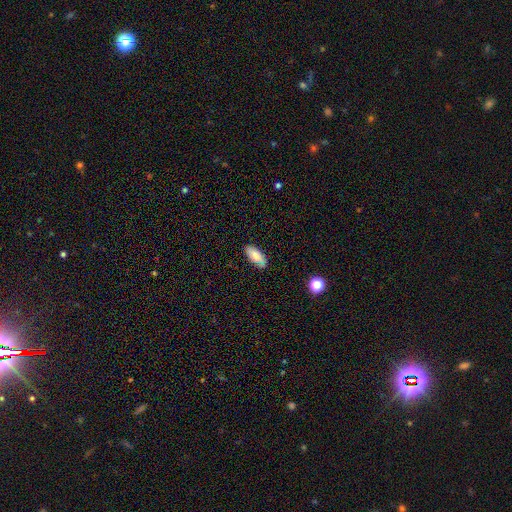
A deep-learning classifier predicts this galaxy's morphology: Smooth or featured: smooth — 80% (featured or disk — 12%)
How rounded: in between — 88% (cigar-shaped — 10%)
Merging: none — 80% (minor disturbance — 15%)